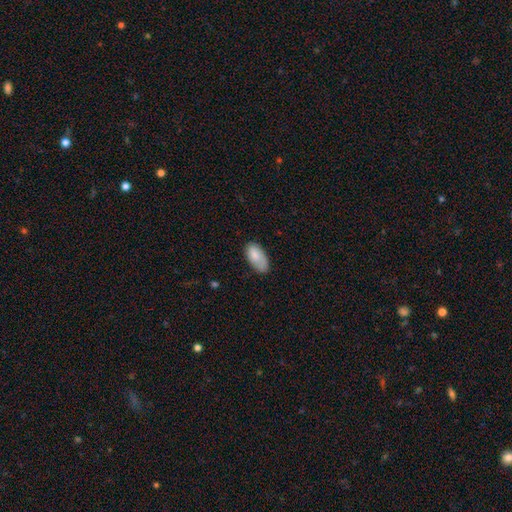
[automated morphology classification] Overall: smooth (84%). How rounded: in between (94%). Merging: none (66%; minor disturbance 27%).